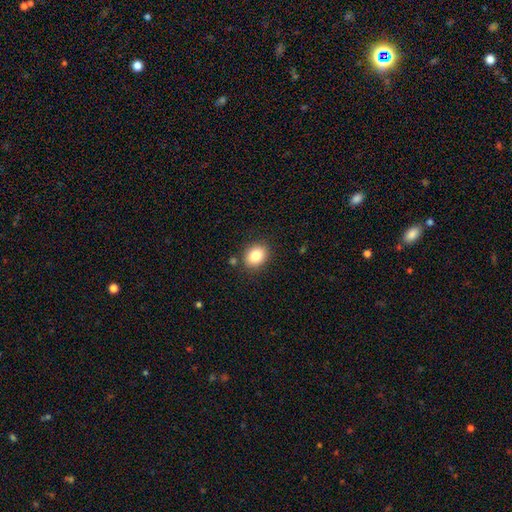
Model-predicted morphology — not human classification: Smooth or featured: smooth — 84% (star or artifact — 9%)
How rounded: in between — 53% (round — 46%)
Merging: none — 85% (minor disturbance — 10%)